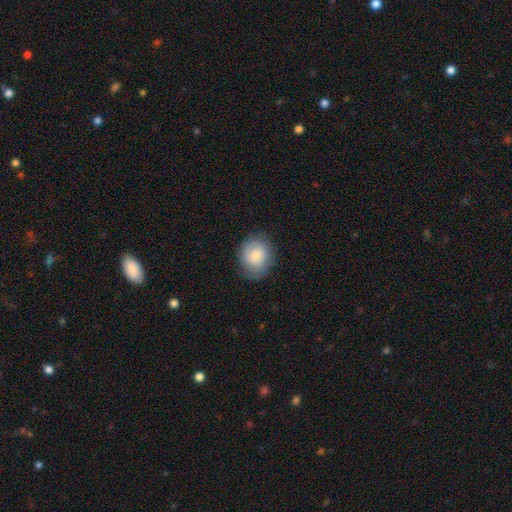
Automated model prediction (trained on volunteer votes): A smooth galaxy with no disk features (81%) that is round (70%).

Vote fractions:
- Smooth or featured? smooth: 81% / featured or disk: 12% / star or artifact: 7%
- How rounded? round: 70% / in between: 30% / cigar-shaped: 1%
- Merging? none: 79% / minor disturbance: 15% / major disturbance: 4% / merger: 1%